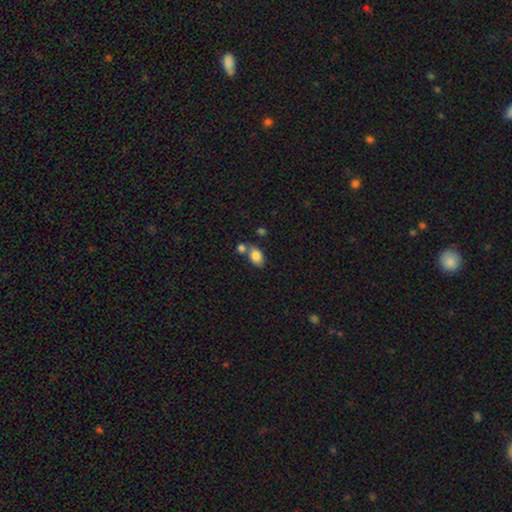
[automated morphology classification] type=smooth (83%); roundness=in between (83%); merging=none (48%).